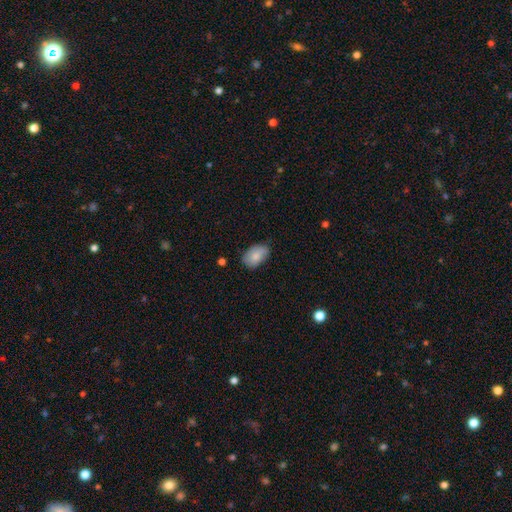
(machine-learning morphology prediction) A smooth galaxy with no disk features (81%) that is in between round and cigar-shaped (90%).

Vote fractions:
- Smooth or featured? smooth: 81% / featured or disk: 12% / star or artifact: 7%
- How rounded? in between: 90% / round: 8% / cigar-shaped: 1%
- Merging? none: 68% / minor disturbance: 26% / major disturbance: 4% / merger: 2%